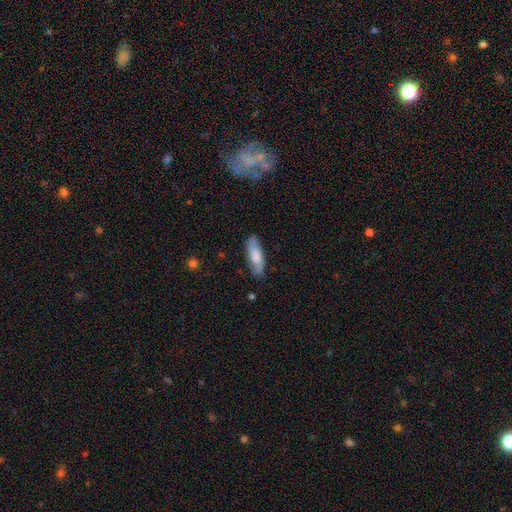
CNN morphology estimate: The model was most divided on "how rounded": in between: 55%, cigar-shaped: 42%, round: 2%. More confident: merging — none (82%); smooth or featured — smooth (65%).